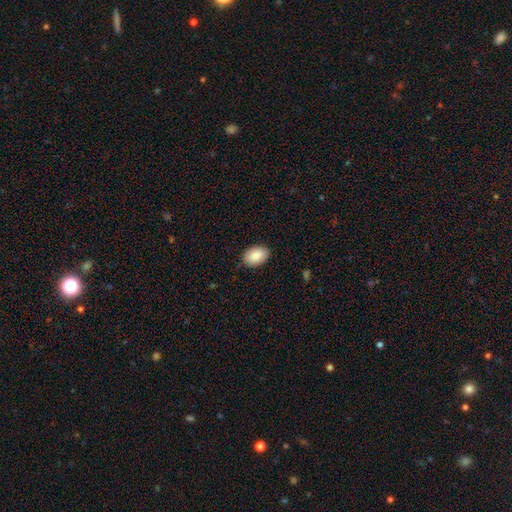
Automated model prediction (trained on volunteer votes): Smooth or featured? Predicted: smooth (p=0.89). How rounded? Predicted: in between (p=0.88). Merging? Predicted: none (p=0.85).